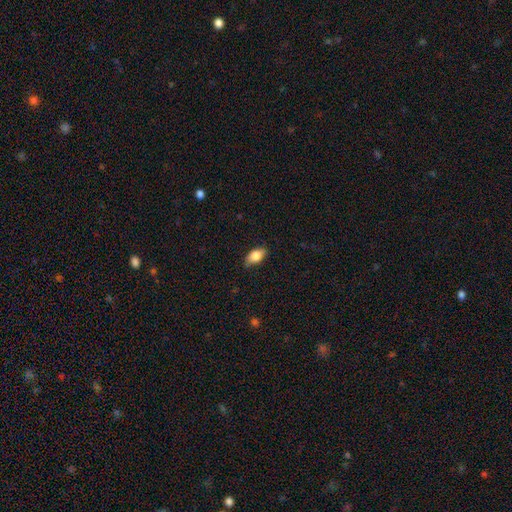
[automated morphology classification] This appears to be a smooth galaxy with no disk features (81%) that is in between round and cigar-shaped (88%). Merging: none (80%).